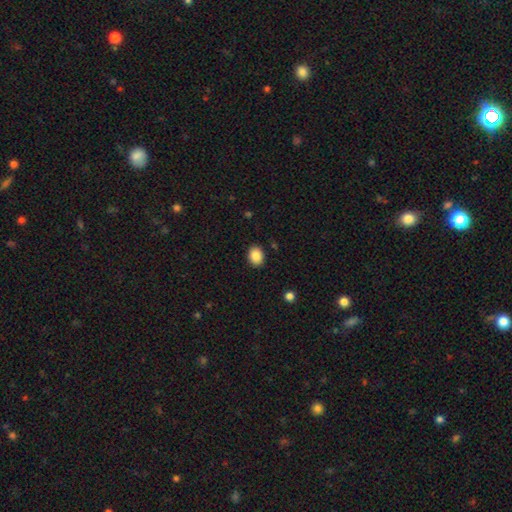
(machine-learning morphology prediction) This is clearly a smooth galaxy (88%). How rounded: possibly in between (60%). Merging: clearly none (90%).